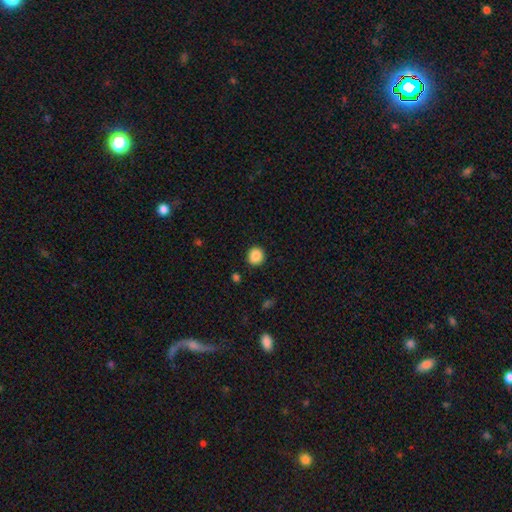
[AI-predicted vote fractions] This is clearly a smooth galaxy (88%). How rounded: clearly round (91%). Merging: clearly none (91%).